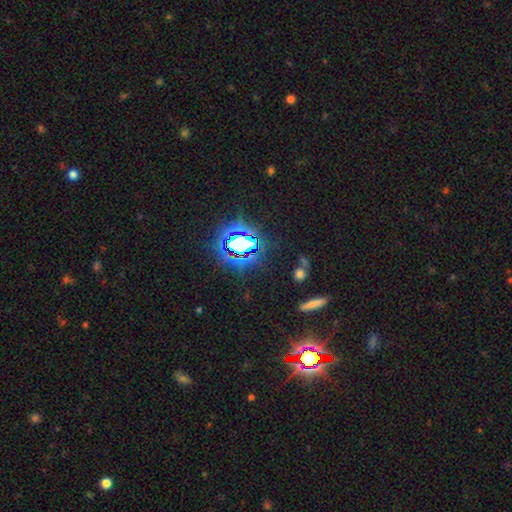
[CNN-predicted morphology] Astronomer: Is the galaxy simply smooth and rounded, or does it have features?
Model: star or artifact — 81%.